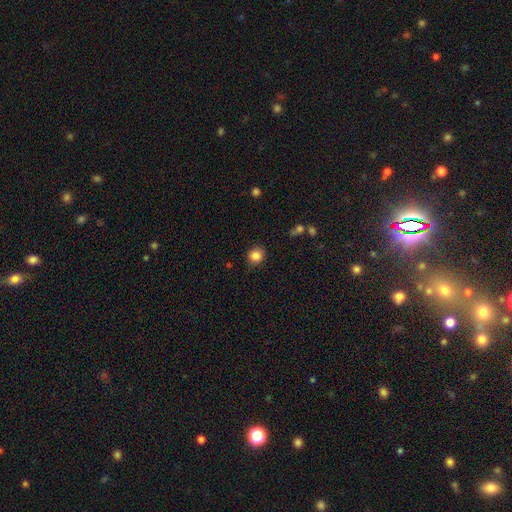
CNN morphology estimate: A smooth galaxy with no disk features (85%) that is round (84%). Merging: none (85%).